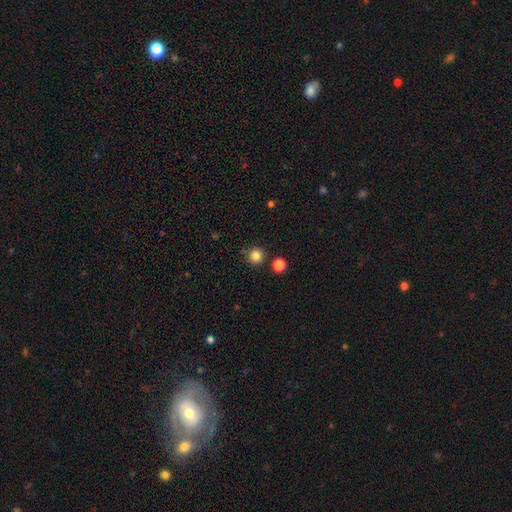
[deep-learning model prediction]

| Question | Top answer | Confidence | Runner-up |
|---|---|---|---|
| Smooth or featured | smooth | 84% | star or artifact (12%) |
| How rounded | round | 94% | in between (5%) |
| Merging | none | 86% | minor disturbance (7%) |